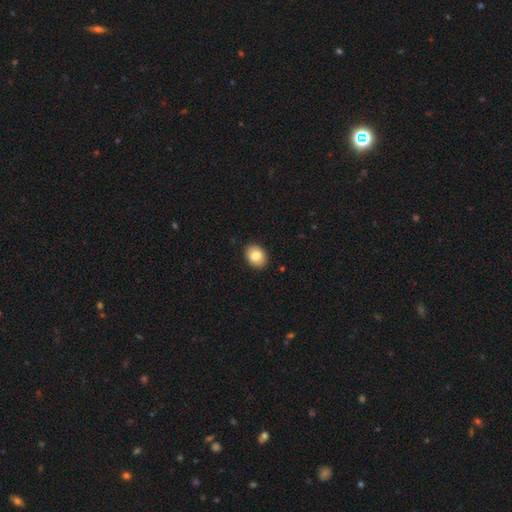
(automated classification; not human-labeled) This appears to be a smooth galaxy with no disk features (81%) that is in between round and cigar-shaped (65%). Merging: none (91%).